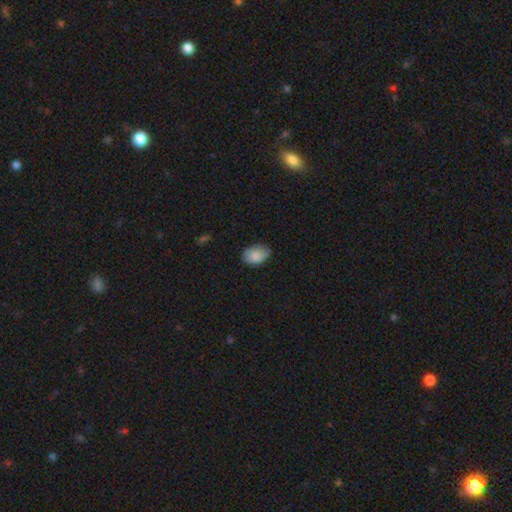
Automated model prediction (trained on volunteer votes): This appears to be a smooth galaxy with no disk features (85%) that is in between round and cigar-shaped (84%). Merging: none (73%).